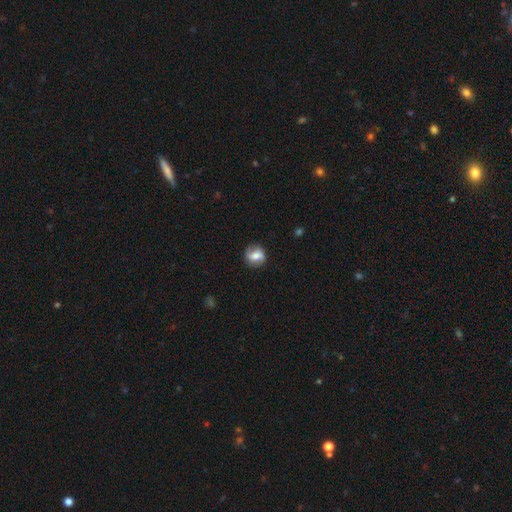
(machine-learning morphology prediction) smooth-or-featured: smooth: 56% | featured or disk: 35% | star or artifact: 9%
  how-rounded: round: 76% | in between: 23% | cigar-shaped: 1%
  merging: none: 79% | minor disturbance: 15% | major disturbance: 5% | merger: 1%